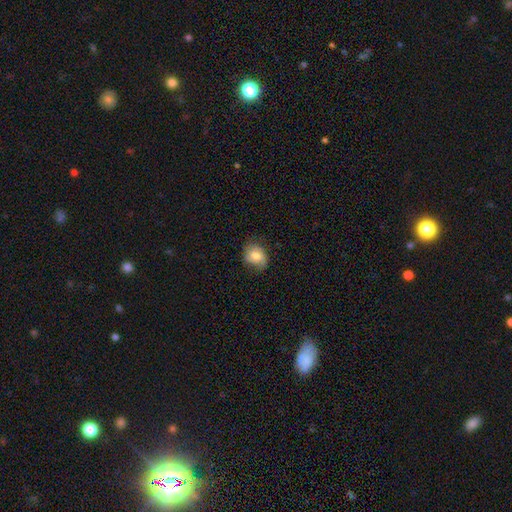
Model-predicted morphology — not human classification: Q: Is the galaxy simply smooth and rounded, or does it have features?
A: smooth — 75%.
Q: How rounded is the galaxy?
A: round — 57%.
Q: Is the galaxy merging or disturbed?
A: none — 68%.